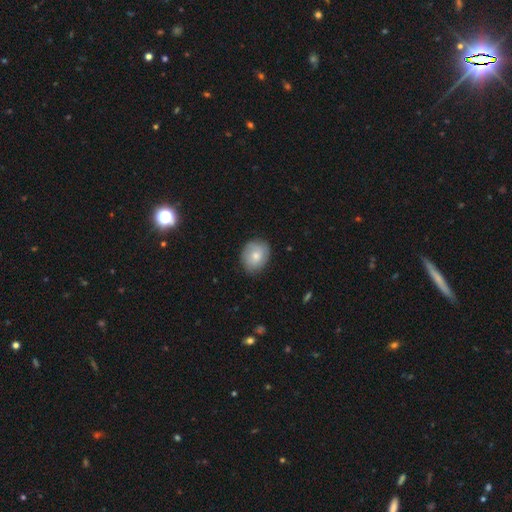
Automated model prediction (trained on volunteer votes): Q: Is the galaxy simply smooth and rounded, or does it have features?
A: smooth — 72%.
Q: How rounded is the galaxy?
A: round — 57%.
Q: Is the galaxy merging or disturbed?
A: none — 78%.